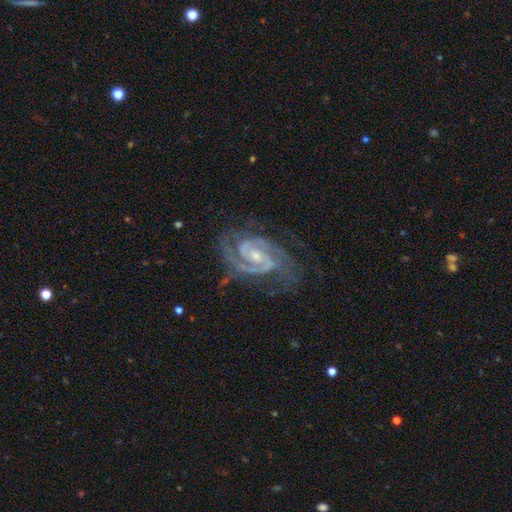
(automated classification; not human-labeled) The model was most divided on "bar": weak: 43%, no: 42%, strong: 15%. More confident: spiral arms — yes (99%); edge-on disk — no (98%); smooth or featured — featured or disk (92%); spiral arm count — 2 (80%); merging — none (72%); spiral winding — tight (56%); bulge size — small (55%).